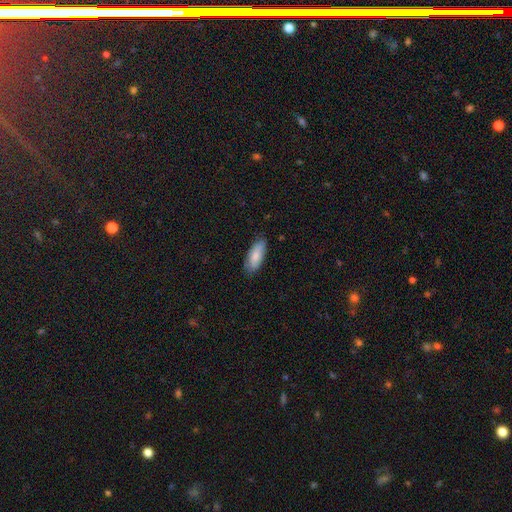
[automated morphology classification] type=smooth (81%); roundness=in between (78%); merging=none (79%).